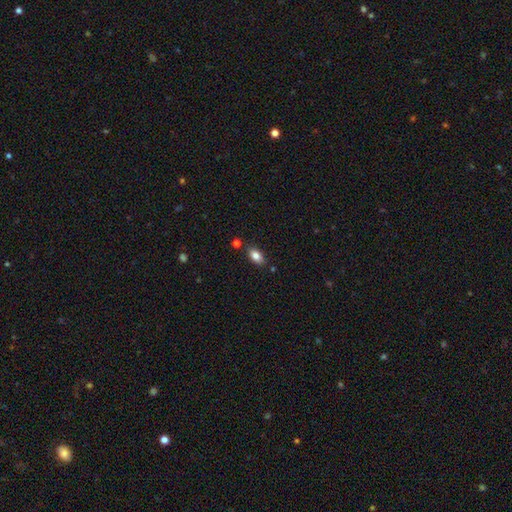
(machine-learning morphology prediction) smooth 83%, star or artifact 9%, featured or disk 8%. Down the decision tree: how rounded — in between (89%); merging — none (81%).